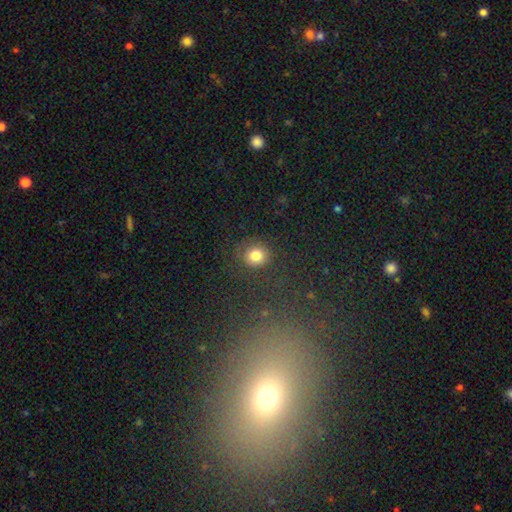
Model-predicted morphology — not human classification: A smooth galaxy with no disk features (79%) that is round (86%). Merging: none (84%).